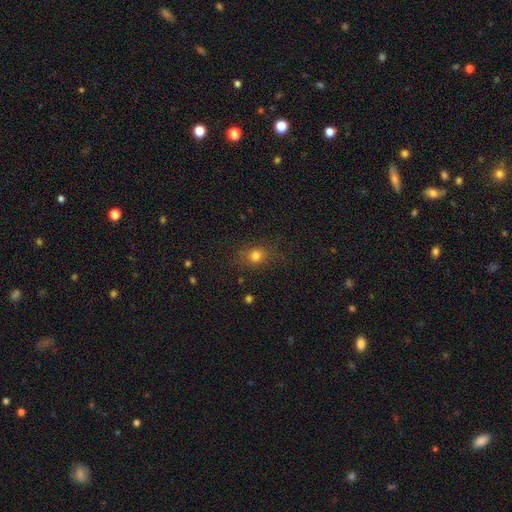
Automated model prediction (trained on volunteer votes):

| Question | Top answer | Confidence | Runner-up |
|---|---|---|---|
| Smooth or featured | smooth | 75% | star or artifact (15%) |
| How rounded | round | 61% | in between (37%) |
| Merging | none | 75% | minor disturbance (16%) |